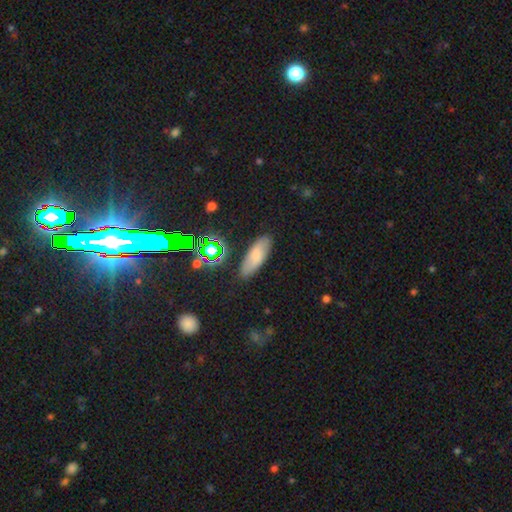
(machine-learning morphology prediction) smooth-or-featured: smooth: 73% | featured or disk: 16% | star or artifact: 11%
  how-rounded: in between: 69% | cigar-shaped: 28% | round: 3%
  merging: none: 83% | minor disturbance: 12% | major disturbance: 3% | merger: 2%